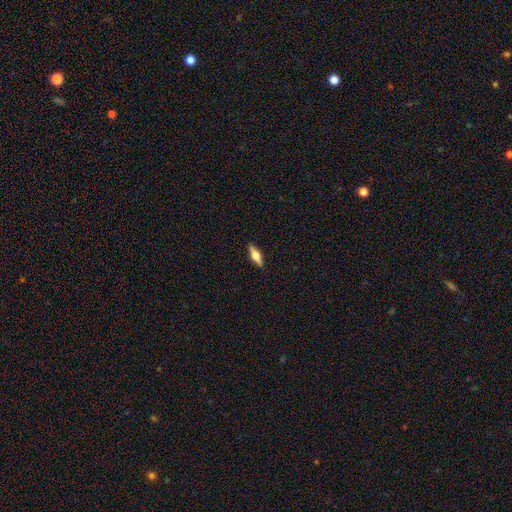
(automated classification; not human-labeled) smooth_or_featured: featured or disk (p=0.51) [alt: smooth p=0.43]
disk_edge_on: yes (p=0.94) [alt: no p=0.06]
merging: none (p=0.89) [alt: minor disturbance p=0.08]